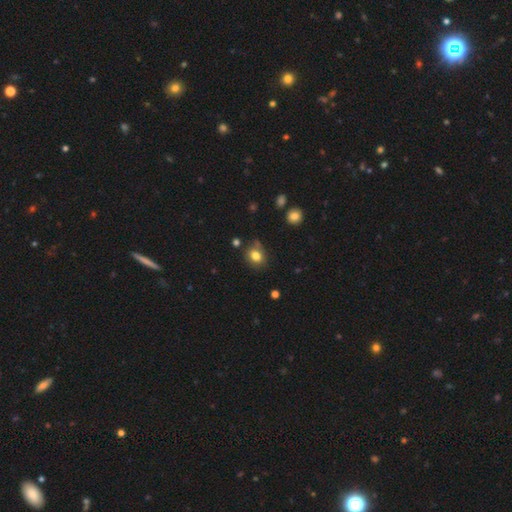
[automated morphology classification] Q: Smooth or featured?
A: smooth (80%); runner-up: star or artifact (12%)
Q: How rounded?
A: round (61%); runner-up: in between (38%)
Q: Merging?
A: none (73%); runner-up: minor disturbance (18%)